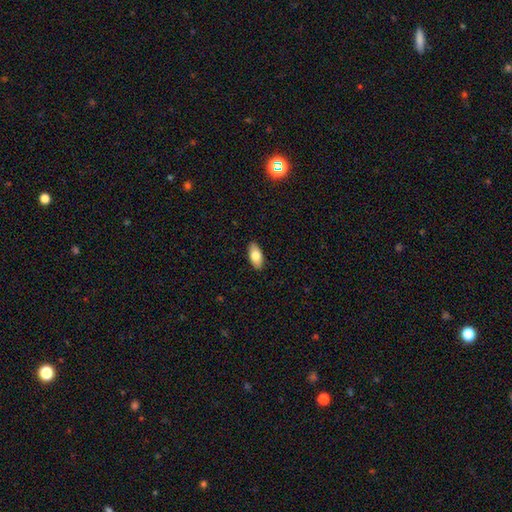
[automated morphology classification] smooth 79%, featured or disk 14%, star or artifact 6%. Down the decision tree: how rounded — in between (91%); merging — none (90%).